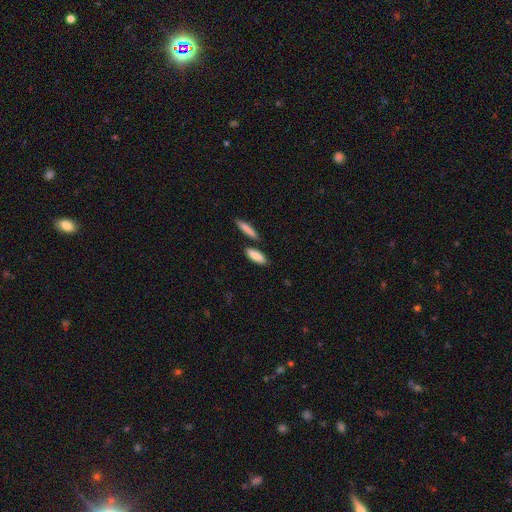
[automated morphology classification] A smooth galaxy with no disk features (85%) that is in between round and cigar-shaped (66%). Merging: none (75%).